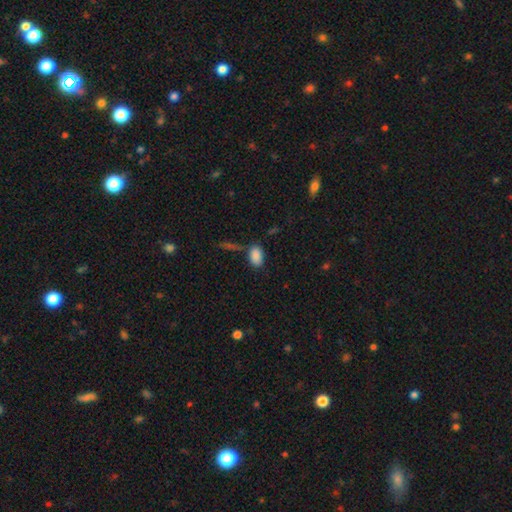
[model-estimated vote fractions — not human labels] A smooth galaxy with no disk features (87%) that is in between round and cigar-shaped (91%). Merging: none (72%).